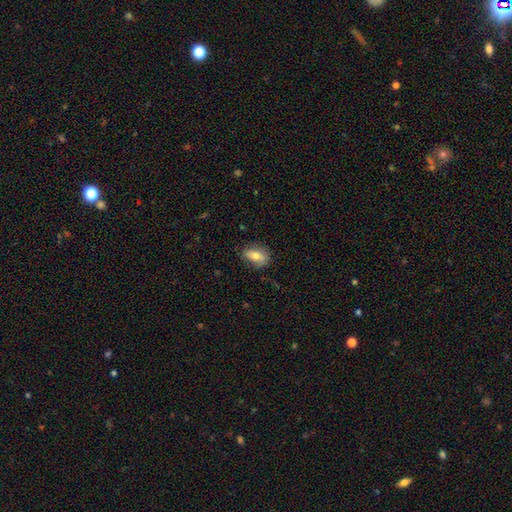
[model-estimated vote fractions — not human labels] The model was most divided on "smooth or featured": smooth: 68%, featured or disk: 24%, star or artifact: 8%. More confident: how rounded — in between (82%); merging — none (74%).